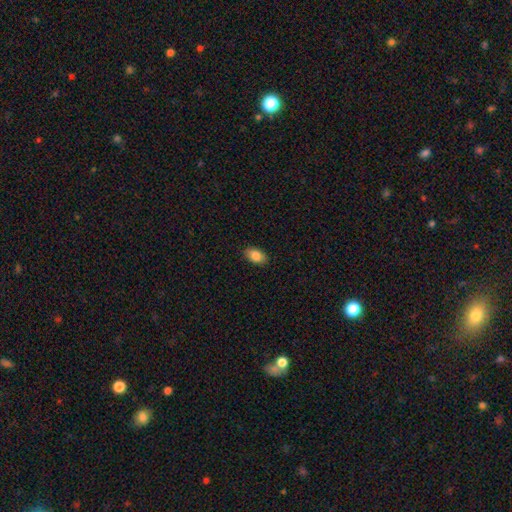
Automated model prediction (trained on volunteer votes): A smooth galaxy with no disk features (86%) that is in between round and cigar-shaped (91%).

Vote fractions:
- Smooth or featured? smooth: 86% / star or artifact: 8% / featured or disk: 6%
- How rounded? in between: 91% / round: 7% / cigar-shaped: 2%
- Merging? none: 88% / minor disturbance: 9% / major disturbance: 2% / merger: 1%